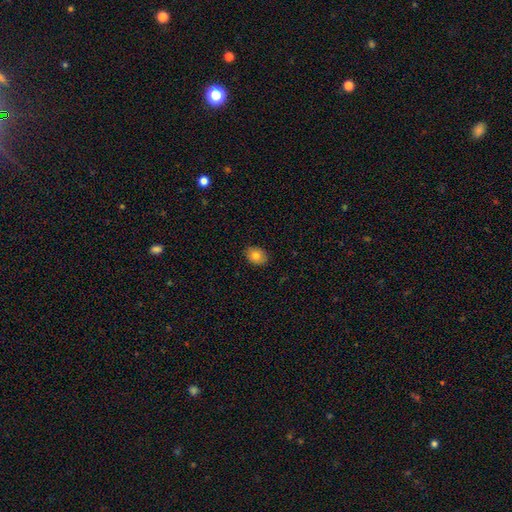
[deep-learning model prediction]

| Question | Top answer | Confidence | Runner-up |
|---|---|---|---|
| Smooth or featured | smooth | 80% | featured or disk (11%) |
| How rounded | in between | 71% | round (28%) |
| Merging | none | 88% | minor disturbance (10%) |